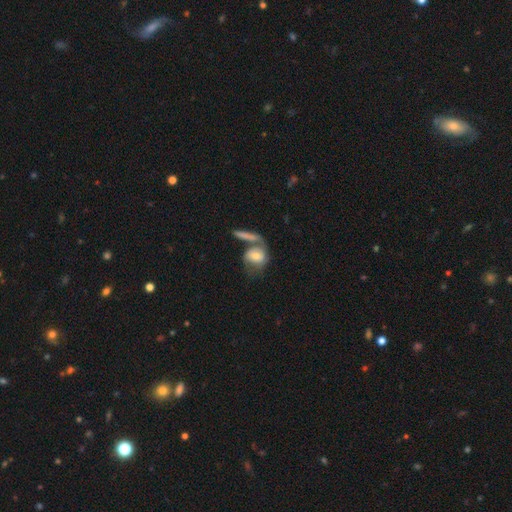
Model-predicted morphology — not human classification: This is possibly a smooth galaxy (49%). Merging: marginally merger (42%).